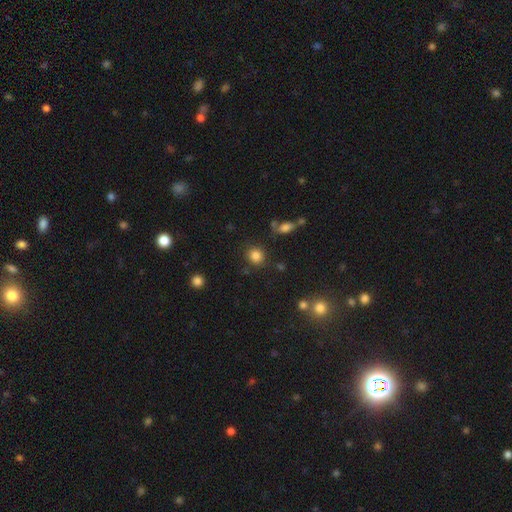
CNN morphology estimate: A smooth galaxy with no disk features (83%) that is round (83%).

Vote fractions:
- Smooth or featured? smooth: 83% / star or artifact: 11% / featured or disk: 5%
- How rounded? round: 83% / in between: 16% / cigar-shaped: 1%
- Merging? none: 84% / minor disturbance: 9% / merger: 4% / major disturbance: 3%